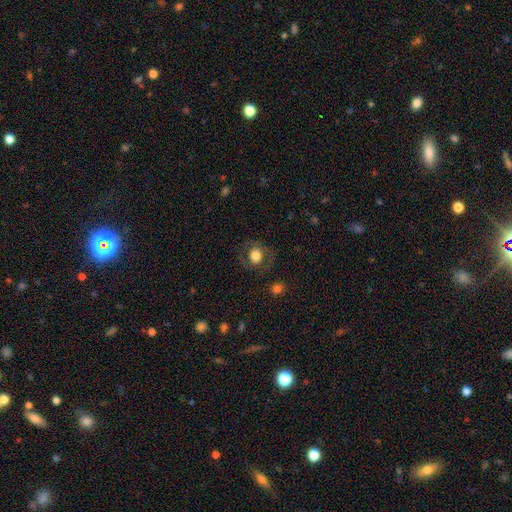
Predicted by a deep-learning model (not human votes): smooth 66%, featured or disk 25%, star or artifact 9%. Down the decision tree: how rounded — round (76%); merging — none (77%).